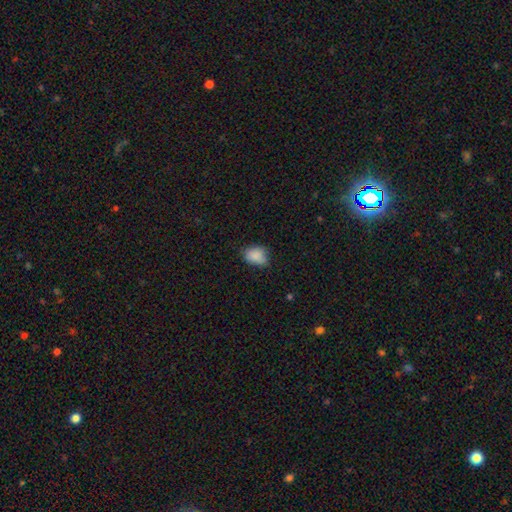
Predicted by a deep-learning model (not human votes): Smooth or featured? Predicted: smooth (p=0.86). How rounded? Predicted: in between (p=0.72). Merging? Predicted: none (p=0.61).